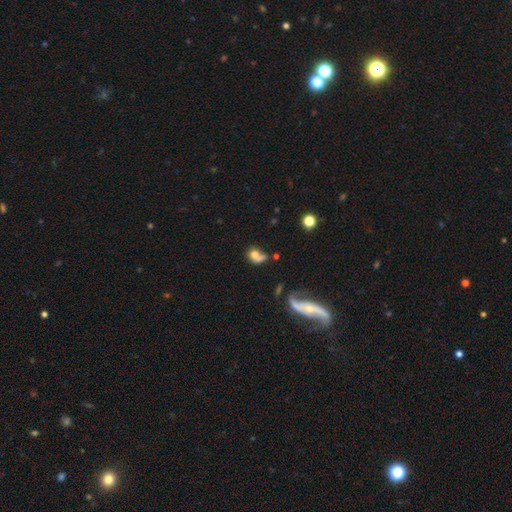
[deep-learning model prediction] Smooth or featured? Predicted: smooth (p=0.62). How rounded? Predicted: round (p=0.59). Merging? Predicted: merger (p=0.40).